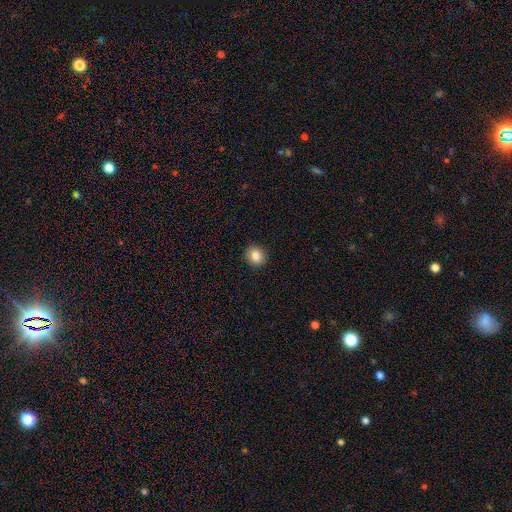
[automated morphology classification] smooth_or_featured: smooth (p=0.84) [alt: star or artifact p=0.10]
how_rounded: round (p=0.75) [alt: in between p=0.24]
merging: none (p=0.91) [alt: minor disturbance p=0.07]